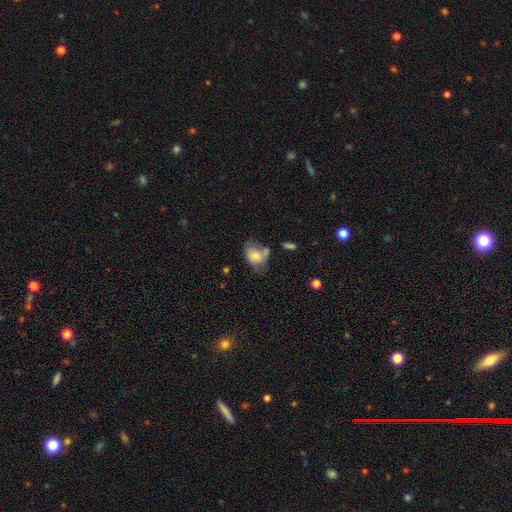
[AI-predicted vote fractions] smooth 72%, featured or disk 20%, star or artifact 8%. Down the decision tree: how rounded — in between (72%); merging — none (39%).